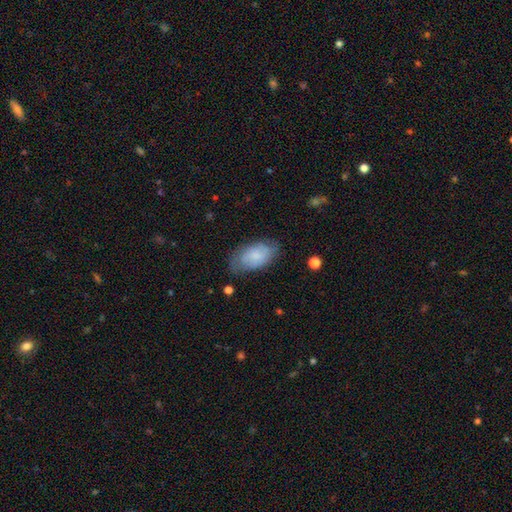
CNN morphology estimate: Smooth or featured: smooth — 61% (featured or disk — 32%)
How rounded: in between — 94% (round — 4%)
Merging: none — 67% (minor disturbance — 24%)